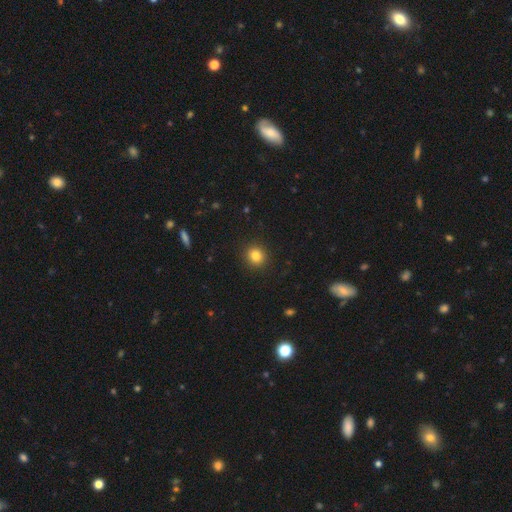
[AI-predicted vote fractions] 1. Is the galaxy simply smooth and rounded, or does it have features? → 83% smooth, 12% star or artifact, 5% featured or disk.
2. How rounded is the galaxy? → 88% round, 11% in between, 1% cigar-shaped.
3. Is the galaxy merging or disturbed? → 92% none, 5% minor disturbance, 2% major disturbance, 1% merger.